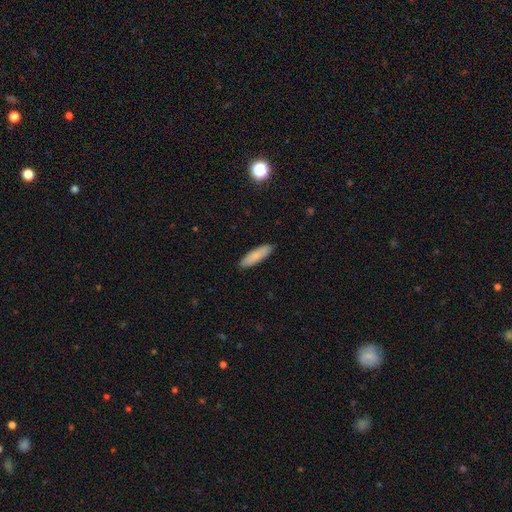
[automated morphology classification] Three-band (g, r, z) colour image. It shows a smooth galaxy with no disk features (82%) that is cigar-shaped (63%). Merging: none (89%).